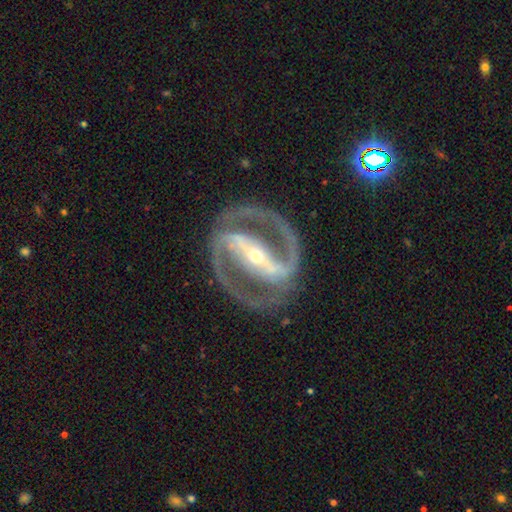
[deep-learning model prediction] A featured or disk galaxy (93%) with a strong bar (82%), 2 (94%) medium (55%) spiral arms (97%) and a small central bulge (64%). Merging: none (84%).